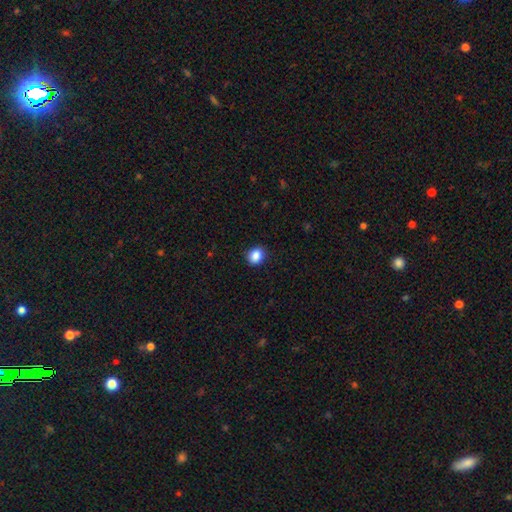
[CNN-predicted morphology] A smooth galaxy with no disk features (88%) that is round (59%).

Vote fractions:
- Smooth or featured? smooth: 88% / star or artifact: 9% / featured or disk: 3%
- How rounded? round: 59% / in between: 40% / cigar-shaped: 1%
- Merging? none: 88% / minor disturbance: 9% / major disturbance: 2% / merger: 1%